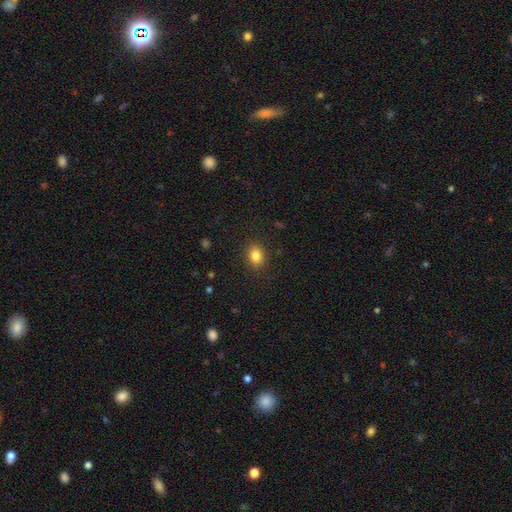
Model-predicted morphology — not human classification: Q: Smooth or featured?
A: smooth (84%); runner-up: star or artifact (10%)
Q: How rounded?
A: in between (58%); runner-up: round (41%)
Q: Merging?
A: none (88%); runner-up: minor disturbance (8%)